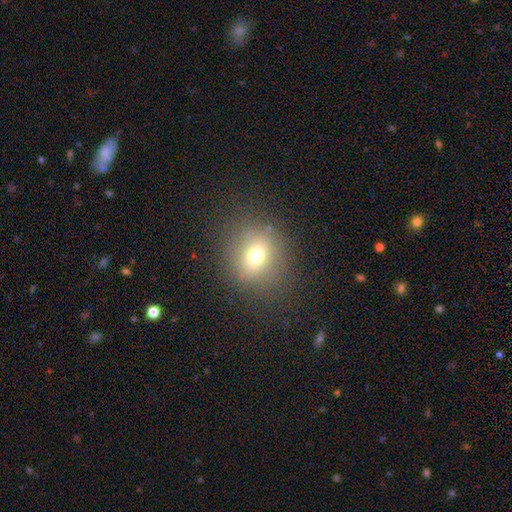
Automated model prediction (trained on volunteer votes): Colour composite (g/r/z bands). It shows a smooth galaxy with no disk features (68%) that is round (74%). Merging: none (83%).